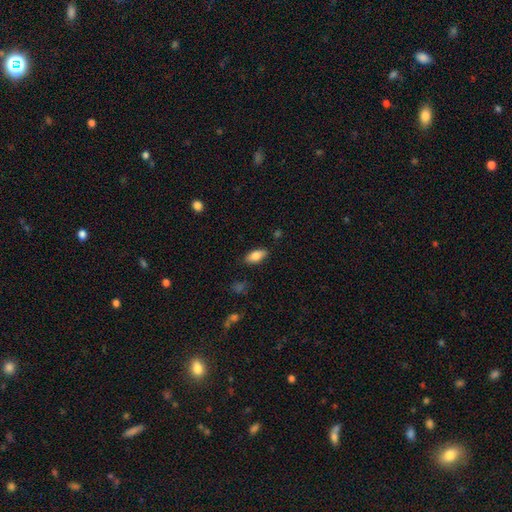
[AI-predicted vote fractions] Morphology: type=smooth (82%); roundness=in between (88%); merging=none (85%).